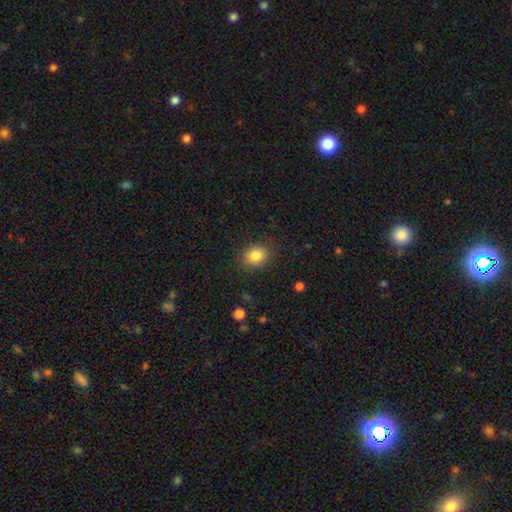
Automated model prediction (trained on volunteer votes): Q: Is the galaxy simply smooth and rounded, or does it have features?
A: smooth — 84%.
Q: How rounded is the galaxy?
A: round — 59%.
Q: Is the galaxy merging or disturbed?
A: none — 86%.